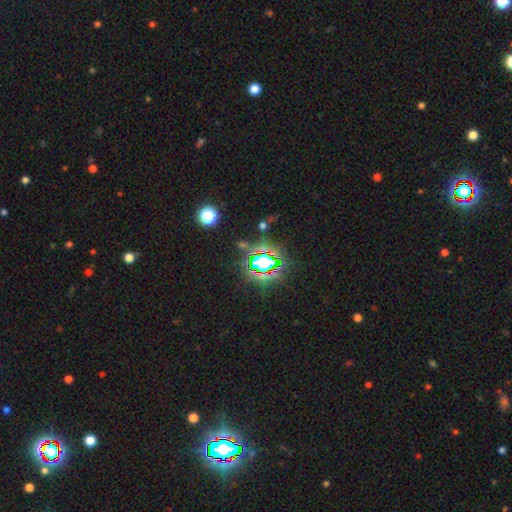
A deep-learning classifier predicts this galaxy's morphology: A star or artifact, not a galaxy (71%).

Vote fractions:
- Smooth or featured? star or artifact: 71% / smooth: 19% / featured or disk: 10%